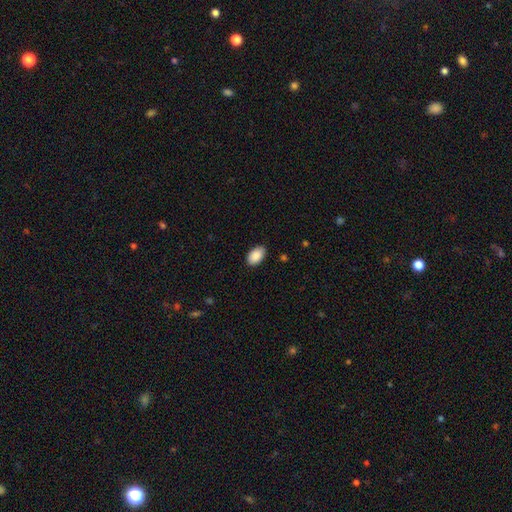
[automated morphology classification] Smooth or featured? Predicted: smooth (p=0.90). How rounded? Predicted: in between (p=0.93). Merging? Predicted: none (p=0.86).